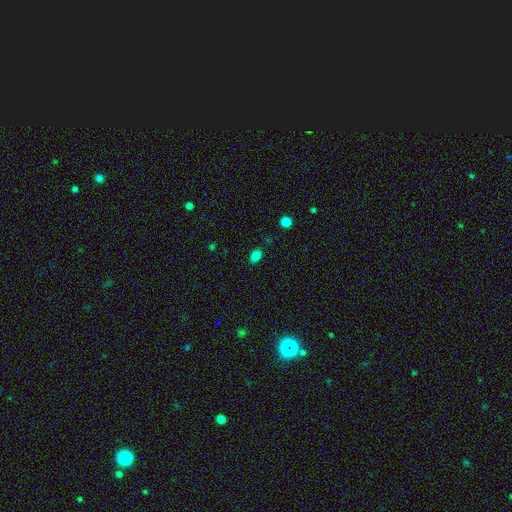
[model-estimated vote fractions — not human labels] smooth-or-featured: smooth: 81% | star or artifact: 15% | featured or disk: 4%
  how-rounded: in between: 73% | round: 25% | cigar-shaped: 1%
  merging: none: 82% | minor disturbance: 13% | major disturbance: 3% | merger: 2%